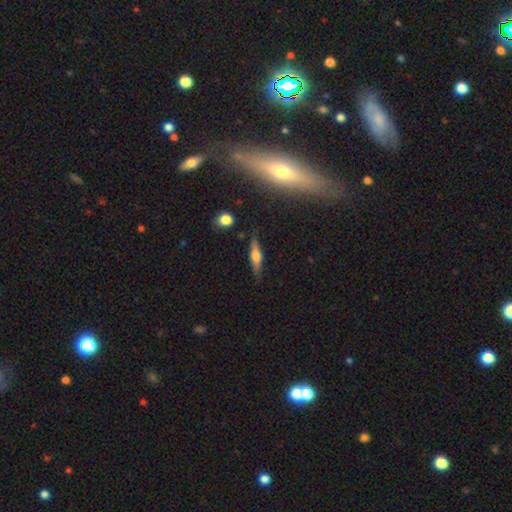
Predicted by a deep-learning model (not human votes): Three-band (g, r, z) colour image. It shows a featured or disk galaxy (60%) viewed edge-on (95%) with a rounded central bulge (87%). Merging: none (83%).